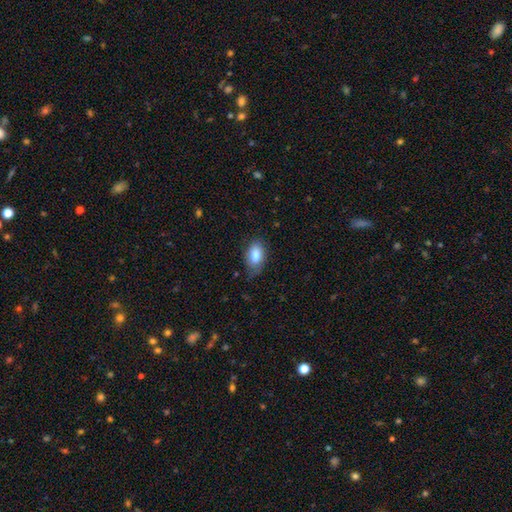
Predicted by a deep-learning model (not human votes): A smooth galaxy with no disk features (81%) that is in between round and cigar-shaped (91%).

Vote fractions:
- Smooth or featured? smooth: 81% / featured or disk: 13% / star or artifact: 7%
- How rounded? in between: 91% / round: 7% / cigar-shaped: 2%
- Merging? none: 67% / minor disturbance: 26% / major disturbance: 6% / merger: 1%